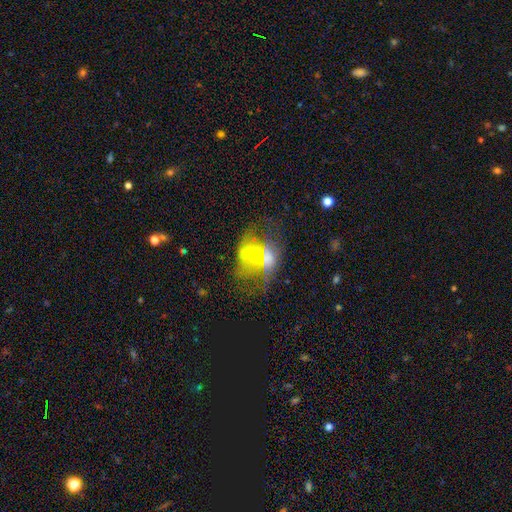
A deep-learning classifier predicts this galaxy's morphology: The model was most divided on "merging": none: 33%, merger: 30%, major disturbance: 19%, minor disturbance: 17%. Remaining: smooth or featured — featured or disk (49%).